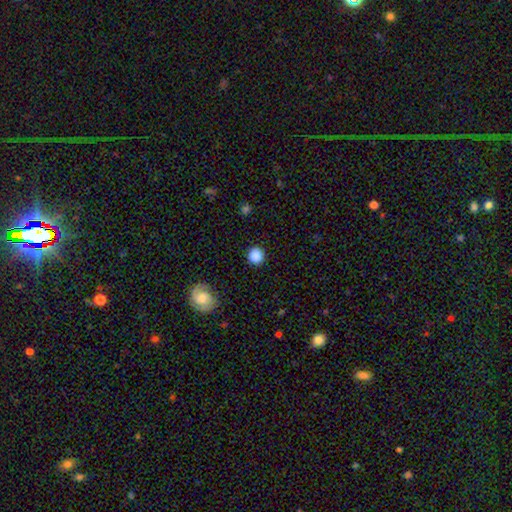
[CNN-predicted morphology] The model was most divided on "smooth or featured": smooth: 87%, star or artifact: 9%, featured or disk: 5%. More confident: how rounded — round (91%); merging — none (90%).